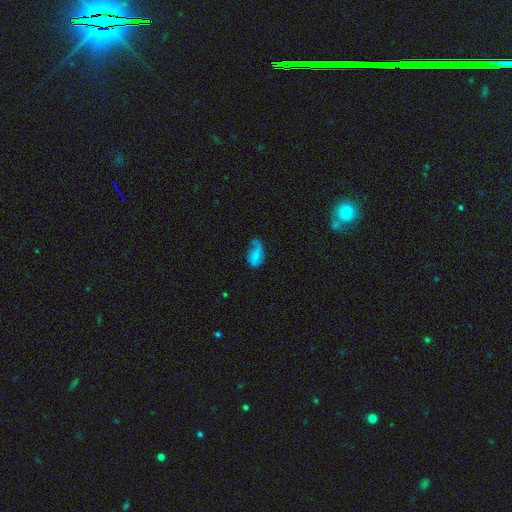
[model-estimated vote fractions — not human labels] Morphology: type=smooth (58%); roundness=in between (91%); merging=minor disturbance (35%, tied with none).